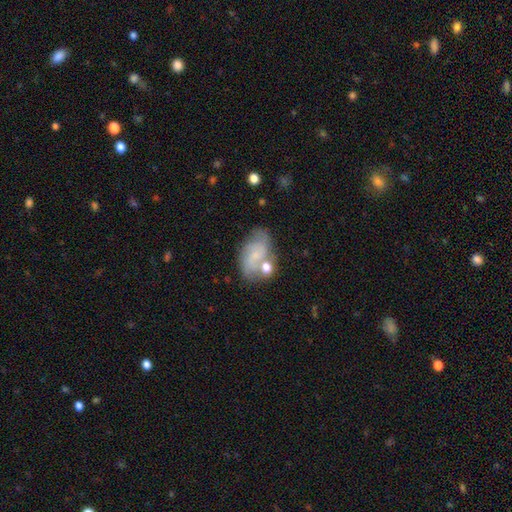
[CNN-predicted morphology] Q: Smooth or featured?
A: featured or disk (50%); runner-up: smooth (41%)
Q: Edge-on disk?
A: no (96%); runner-up: yes (4%)
Q: Merging?
A: none (47%); runner-up: minor disturbance (23%)